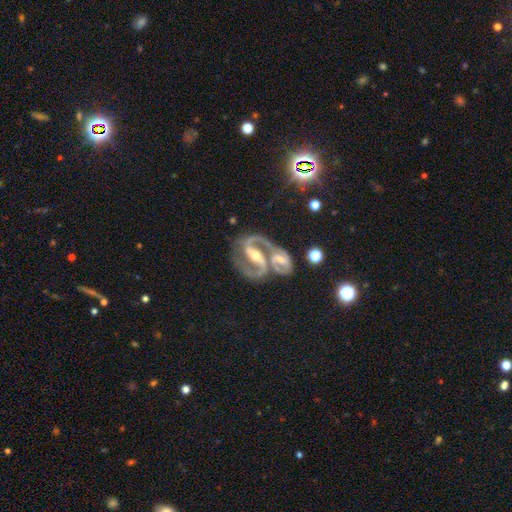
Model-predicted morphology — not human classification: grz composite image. It shows a featured or disk galaxy (91%) with a strong bar (64%), 2 (92%) medium (62%) spiral arms (97%) and a moderate central bulge (60%). Merging: none (41%).